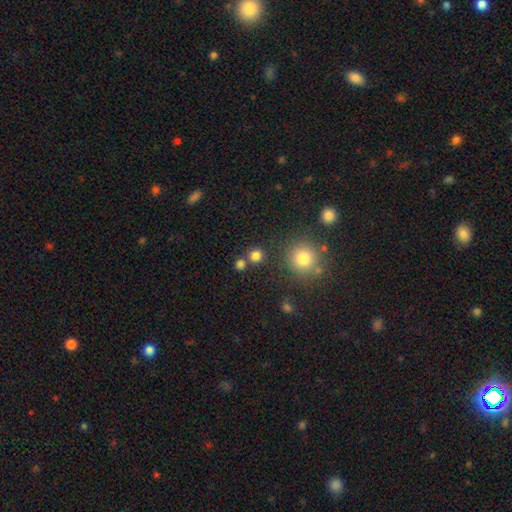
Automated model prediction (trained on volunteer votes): smooth-or-featured: smooth: 79% | star or artifact: 16% | featured or disk: 6%
  how-rounded: round: 91% | in between: 8% | cigar-shaped: 1%
  merging: none: 73% | merger: 17% | minor disturbance: 7% | major disturbance: 3%